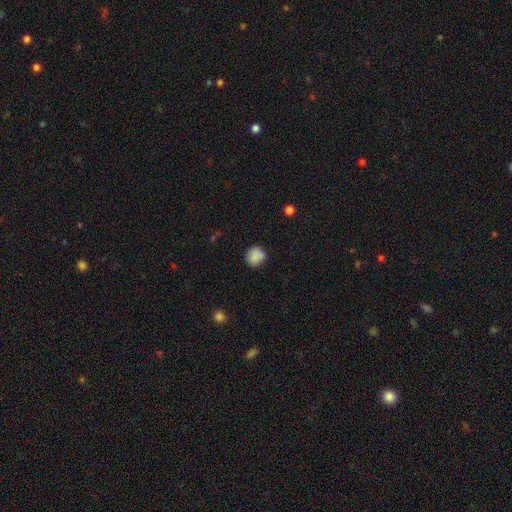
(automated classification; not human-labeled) A smooth galaxy with no disk features (82%) that is round (80%). Merging: none (70%).